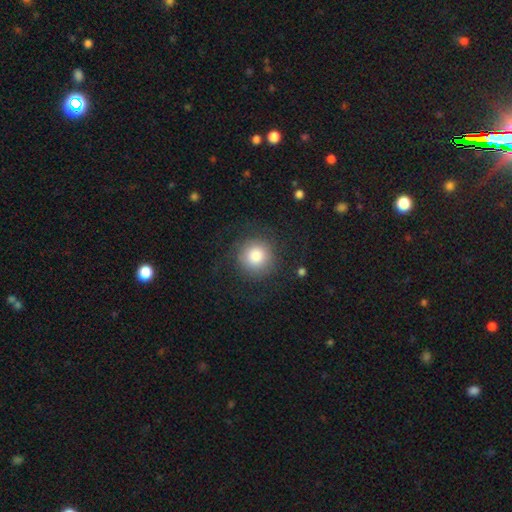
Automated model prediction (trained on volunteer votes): The model was most divided on "smooth or featured": smooth: 78%, featured or disk: 13%, star or artifact: 9%. More confident: how rounded — round (94%); merging — none (77%).